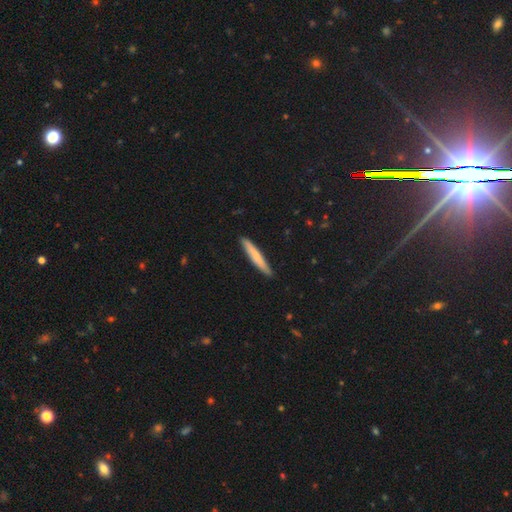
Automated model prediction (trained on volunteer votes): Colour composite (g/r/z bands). It shows a smooth galaxy with no disk features (67%) that is cigar-shaped (95%). Merging: none (89%).